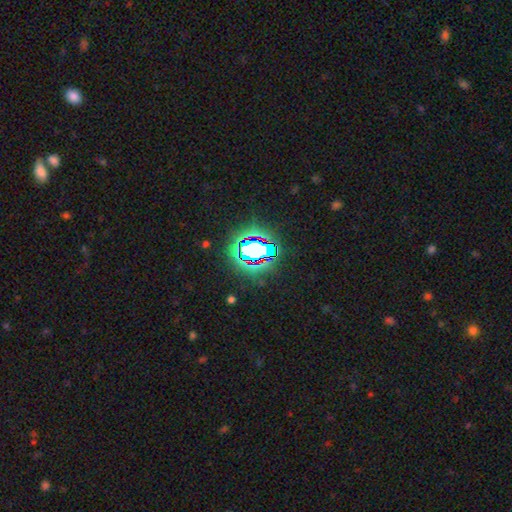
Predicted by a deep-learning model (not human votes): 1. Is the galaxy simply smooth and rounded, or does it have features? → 83% star or artifact, 11% smooth, 7% featured or disk.